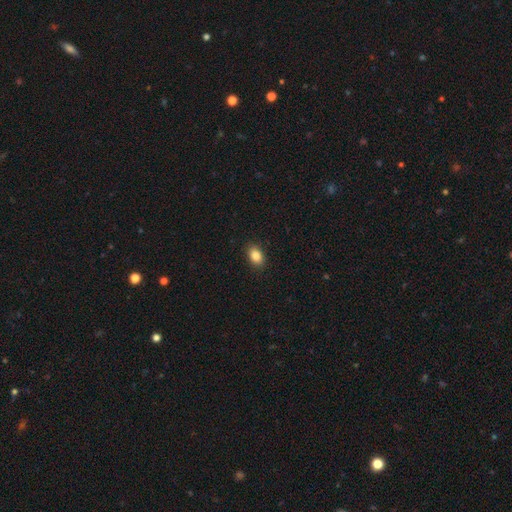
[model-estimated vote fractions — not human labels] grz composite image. It shows a smooth galaxy with no disk features (86%) that is in between round and cigar-shaped (83%). Merging: none (90%).